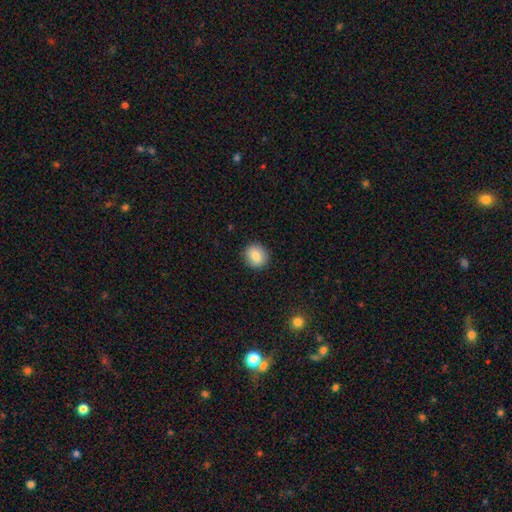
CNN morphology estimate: Smooth or featured? smooth (83%)
How rounded? round (87%)
Merging? none (91%)